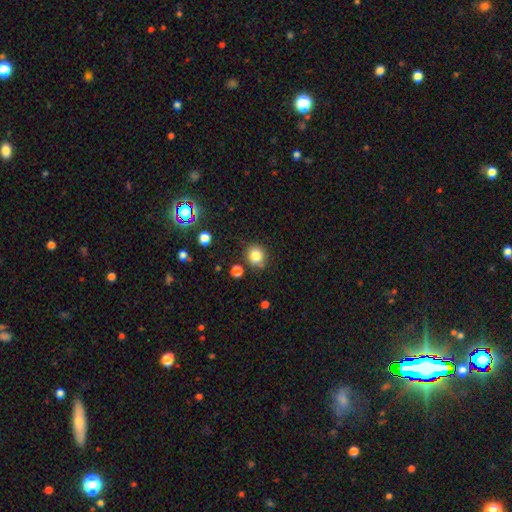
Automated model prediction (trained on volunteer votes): smooth_or_featured: smooth (p=0.82) [alt: star or artifact p=0.12]
how_rounded: round (p=0.82) [alt: in between p=0.17]
merging: none (p=0.81) [alt: minor disturbance p=0.12]